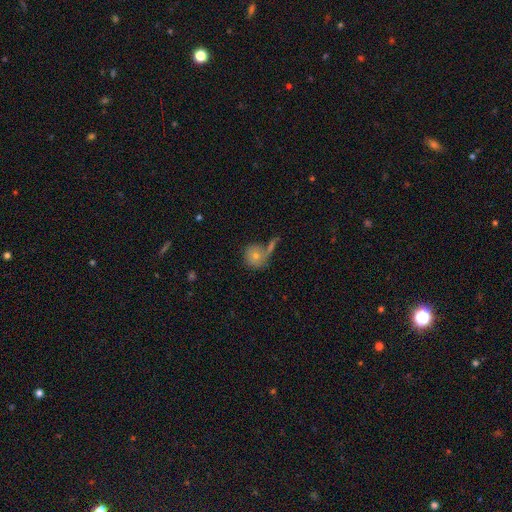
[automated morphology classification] smooth_or_featured: smooth (p=0.55) [alt: featured or disk p=0.32]
how_rounded: round (p=0.86) [alt: in between p=0.12]
merging: none (p=0.56) [alt: merger p=0.20]